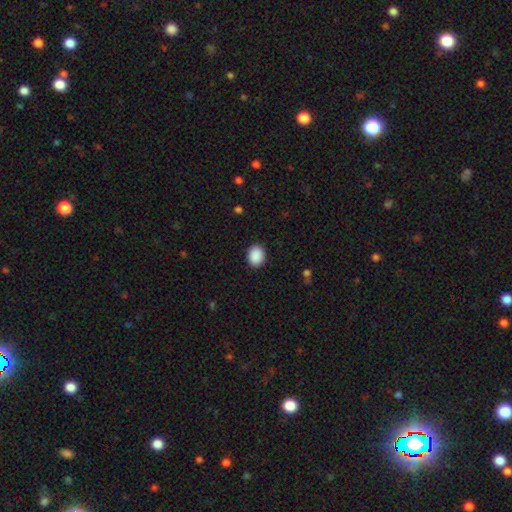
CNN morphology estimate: Smooth or featured: smooth — 90% (star or artifact — 8%)
How rounded: in between — 53% (round — 46%)
Merging: none — 90% (minor disturbance — 7%)